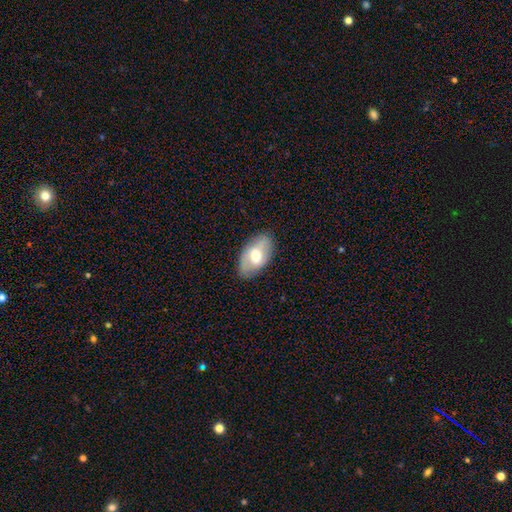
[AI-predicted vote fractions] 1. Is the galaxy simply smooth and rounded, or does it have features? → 51% smooth, 42% featured or disk, 6% star or artifact.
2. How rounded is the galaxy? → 92% in between, 6% round, 2% cigar-shaped.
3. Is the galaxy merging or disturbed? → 83% none, 13% minor disturbance, 3% major disturbance, 1% merger.